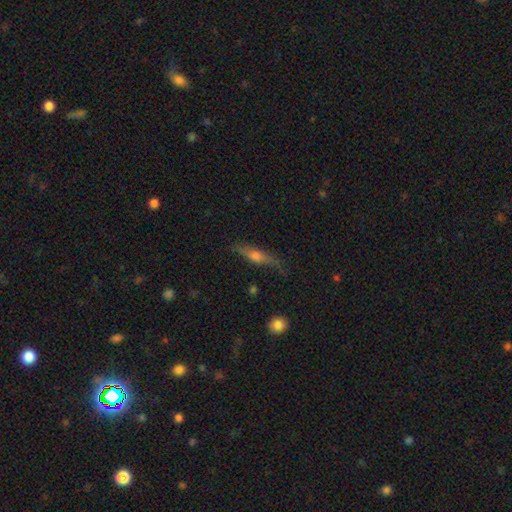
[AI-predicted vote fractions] Overall: featured or disk (62%; smooth 31%). Edge-on disk: yes (93%). Edge-on bulge: rounded (90%). Merging: none (76%).